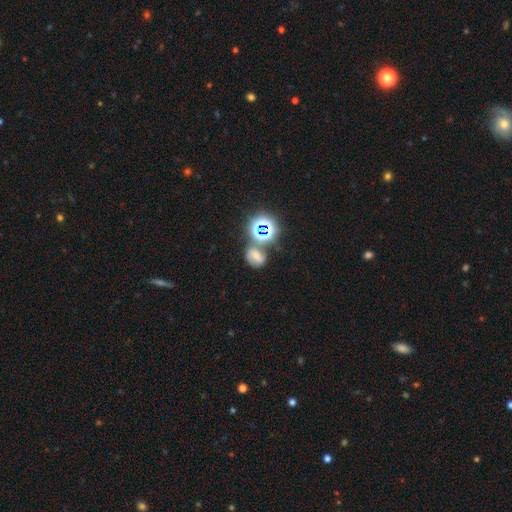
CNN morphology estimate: smooth 40%, featured or disk 31%, star or artifact 29%. Down the decision tree: merging — none (52%).